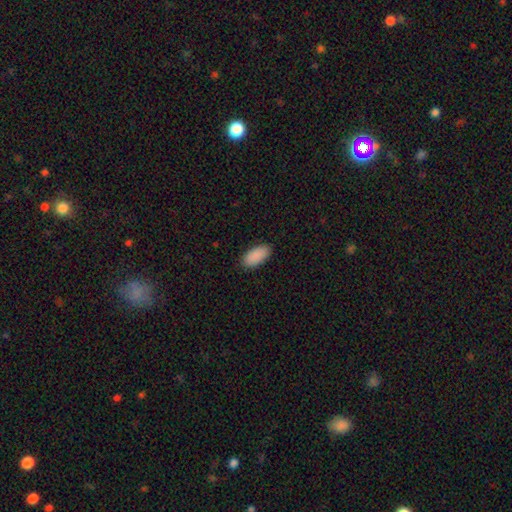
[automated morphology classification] Q: Smooth or featured?
A: smooth (91%); runner-up: star or artifact (6%)
Q: How rounded?
A: in between (92%); runner-up: cigar-shaped (6%)
Q: Merging?
A: none (88%); runner-up: minor disturbance (9%)